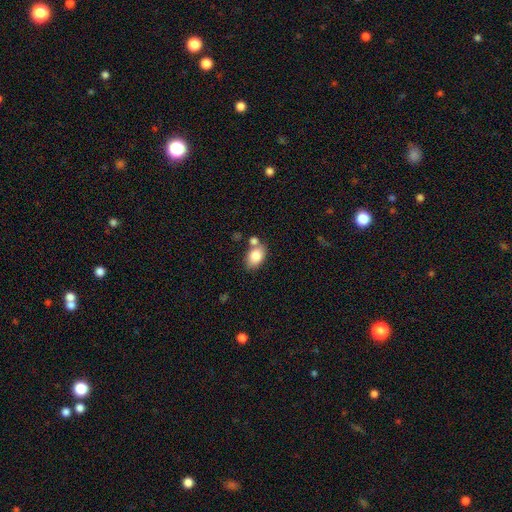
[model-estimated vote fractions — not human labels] Morphology: type=smooth (83%); roundness=in between (82%); merging=none (58%).